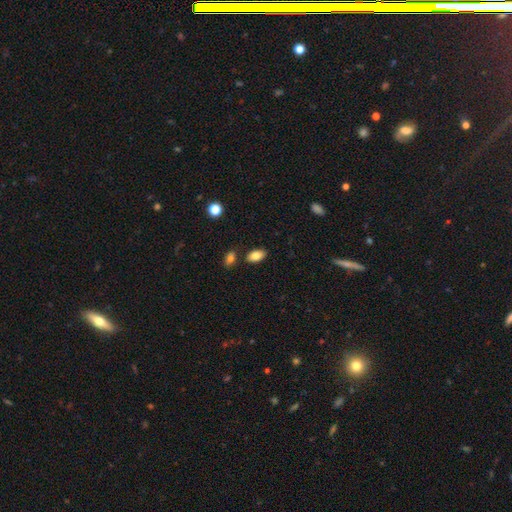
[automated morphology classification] Smooth or featured? smooth (83%)
How rounded? in between (92%)
Merging? none (81%)